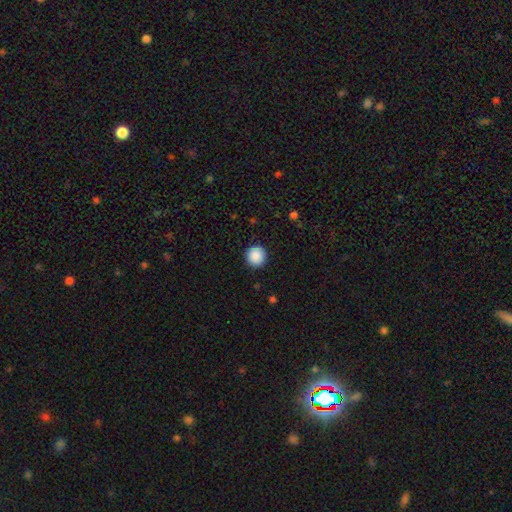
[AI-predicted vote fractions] A smooth galaxy with no disk features (89%) that is round (95%).

Vote fractions:
- Smooth or featured? smooth: 89% / star or artifact: 8% / featured or disk: 3%
- How rounded? round: 95% / in between: 4% / cigar-shaped: 1%
- Merging? none: 92% / minor disturbance: 5% / major disturbance: 2% / merger: 1%